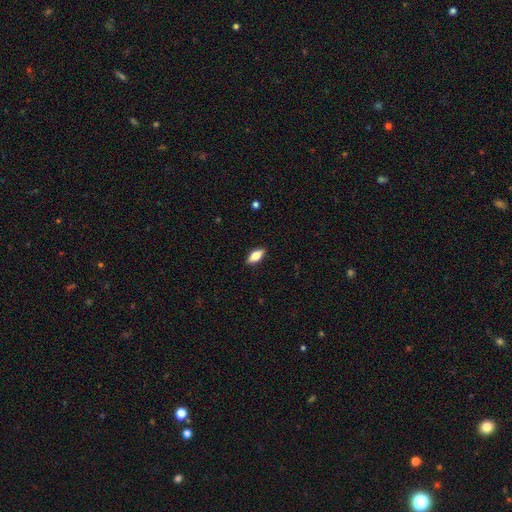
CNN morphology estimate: This is likely a smooth galaxy (68%). How rounded: clearly in between (82%). Merging: clearly none (88%).